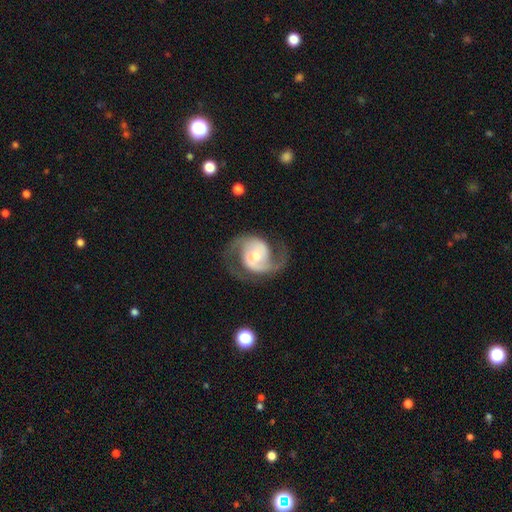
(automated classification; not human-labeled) A featured or disk galaxy (88%) with a weak bar (46%), 2 (92%) medium (59%) spiral arms (97%) and a moderate central bulge (57%).

Vote fractions:
- Smooth or featured? featured or disk: 88% / smooth: 7% / star or artifact: 5%
- Edge-on disk? no: 98% / yes: 2%
- Bar? weak: 46% / no: 36% / strong: 18%
- Spiral arms? yes: 97% / no: 3%
- Spiral winding? medium: 59% / loose: 23% / tight: 18%
- Spiral arm count? 2: 92% / can't tell: 3% / 1: 2% / 3: 1% / 4: 1% / more than 4: 1%
- Bulge size? moderate: 57% / small: 26% / large: 13% / none: 3% / dominant: 2%
- Merging? none: 74% / minor disturbance: 14% / major disturbance: 10% / merger: 2%